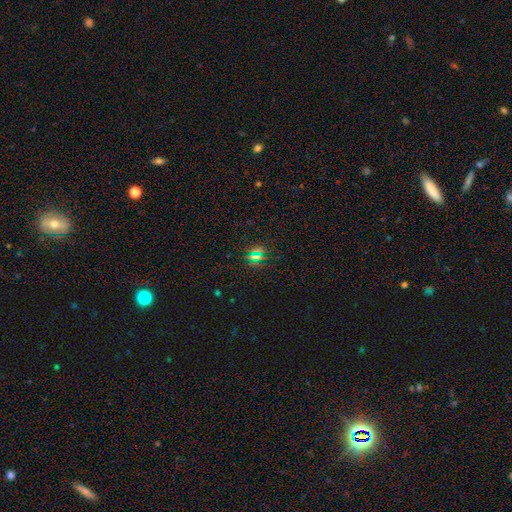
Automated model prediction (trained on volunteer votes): This appears to be a star or artifact, not a galaxy (63%).